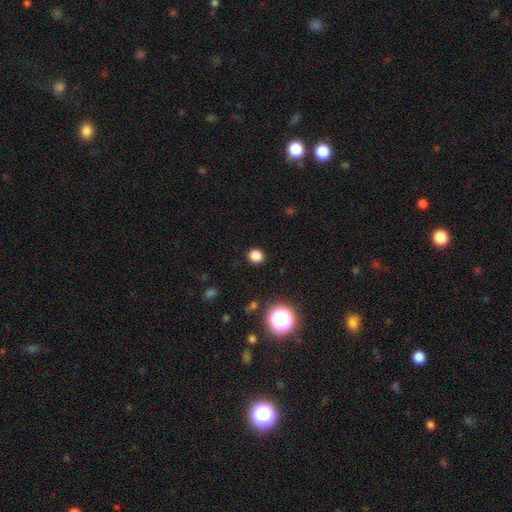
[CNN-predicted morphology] This is clearly a smooth galaxy (82%). How rounded: clearly round (82%). Merging: clearly none (90%).